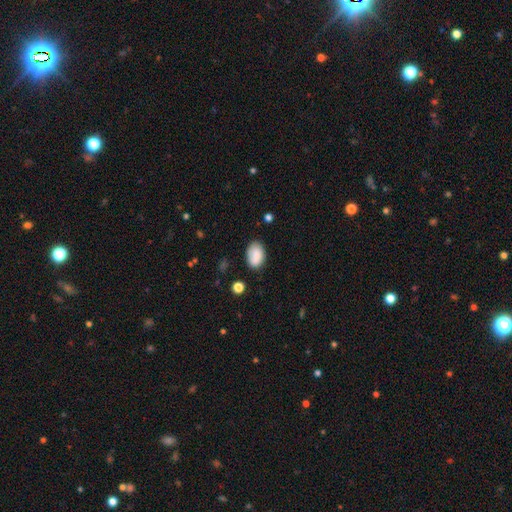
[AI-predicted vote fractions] smooth_or_featured: smooth (p=0.83) [alt: featured or disk p=0.10]
how_rounded: in between (p=0.88) [alt: round p=0.11]
merging: none (p=0.74) [alt: minor disturbance p=0.19]